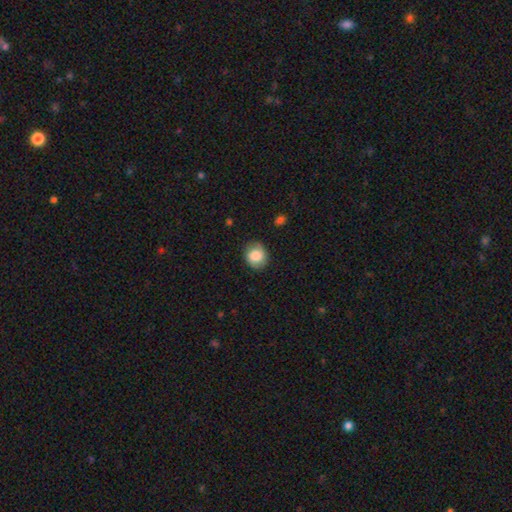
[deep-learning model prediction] Morphology: type=smooth (78%); roundness=round (77%); merging=none (82%).